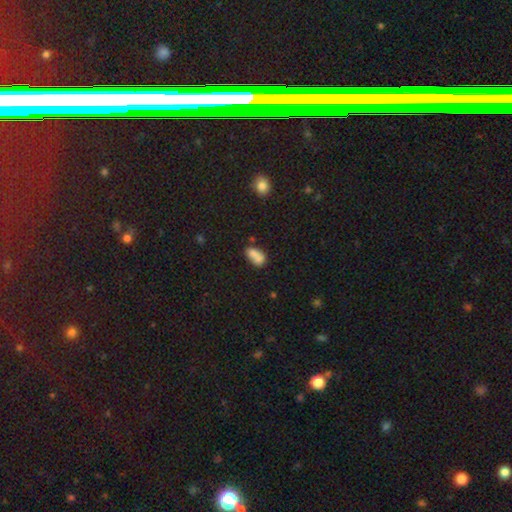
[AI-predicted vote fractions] The model was most divided on "merging": none: 38%, merger: 37%, minor disturbance: 17%, major disturbance: 7%. More confident: how rounded — in between (83%); smooth or featured — smooth (77%).